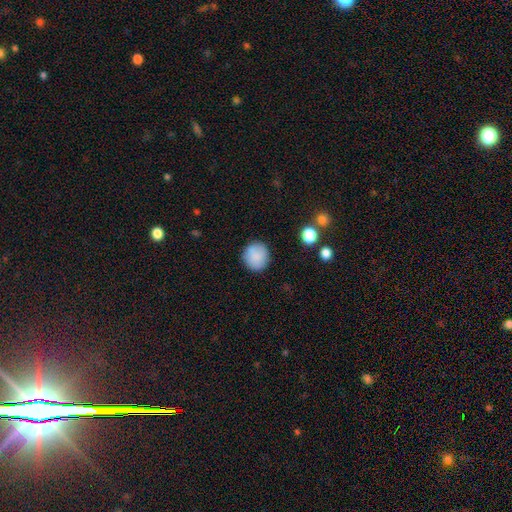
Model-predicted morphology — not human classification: Overall: smooth (85%). How rounded: round (88%). Merging: none (86%).